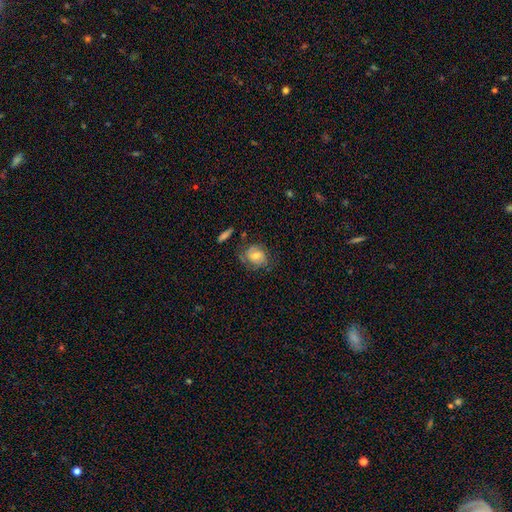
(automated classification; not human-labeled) Smooth or featured? Predicted: smooth (p=0.46). Merging? Predicted: none (p=0.62).